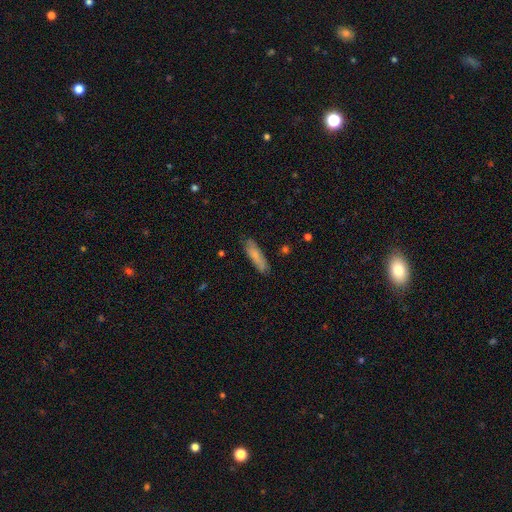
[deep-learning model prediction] This is likely a smooth galaxy (75%). How rounded: likely cigar-shaped (67%). Merging: likely none (79%).